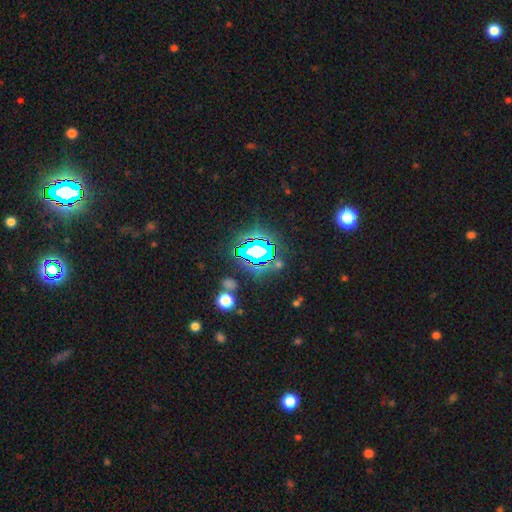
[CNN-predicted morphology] type=star or artifact (75%).